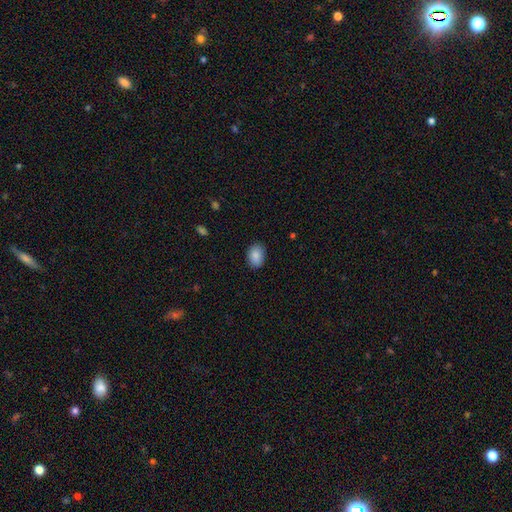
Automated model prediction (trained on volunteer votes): Smooth or featured: smooth — 88% (star or artifact — 7%)
How rounded: in between — 75% (round — 24%)
Merging: none — 85% (minor disturbance — 12%)